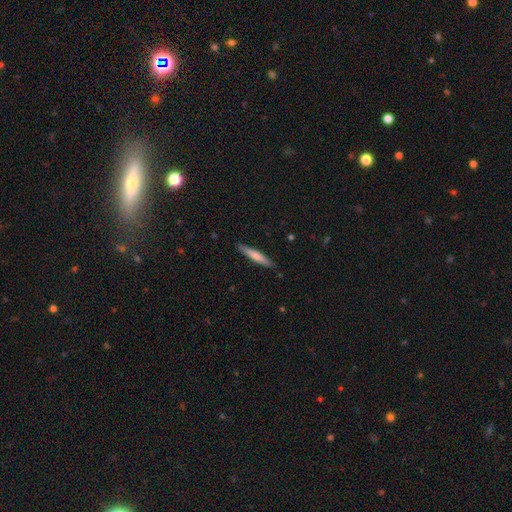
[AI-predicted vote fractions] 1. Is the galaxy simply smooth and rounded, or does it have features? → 68% smooth, 27% featured or disk, 5% star or artifact.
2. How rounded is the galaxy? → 93% cigar-shaped, 6% in between, 1% round.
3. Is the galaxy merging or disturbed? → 88% none, 9% minor disturbance, 2% major disturbance, 1% merger.